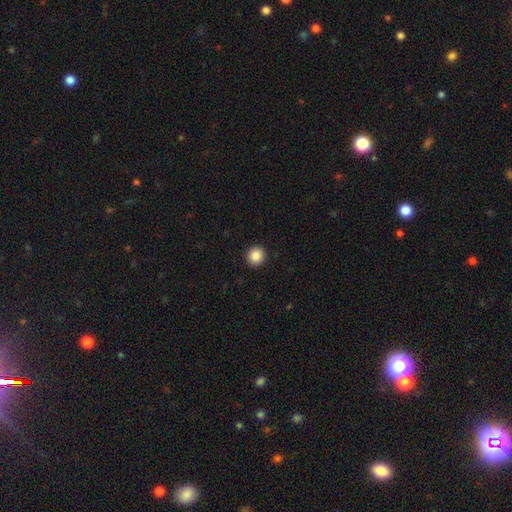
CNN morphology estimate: The model was most divided on "smooth or featured": smooth: 87%, star or artifact: 9%, featured or disk: 3%. More confident: merging — none (93%); how rounded — round (92%).